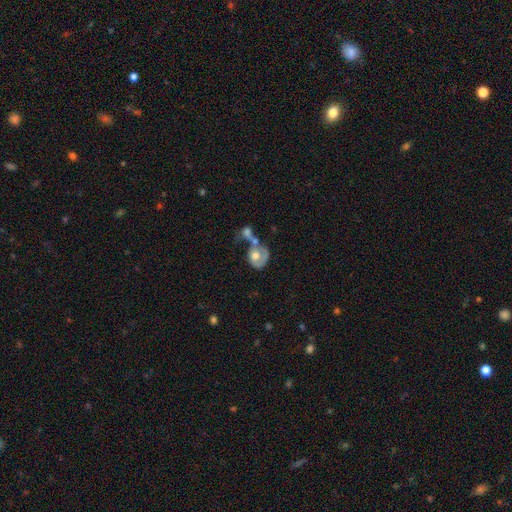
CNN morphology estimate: Smooth or featured?
  - featured or disk: 48% *
  - smooth: 45%
  - star or artifact: 6%
Merging?
  - merger: 50% *
  - major disturbance: 21%
  - none: 18%
  - minor disturbance: 12%